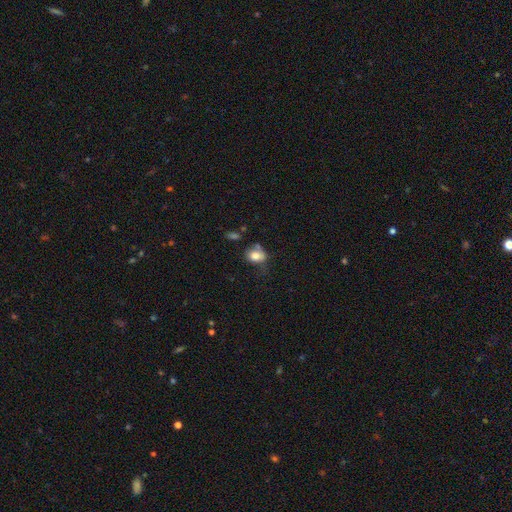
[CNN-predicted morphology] A smooth galaxy with no disk features (76%) that is in between round and cigar-shaped (56%).

Vote fractions:
- Smooth or featured? smooth: 76% / featured or disk: 15% / star or artifact: 9%
- How rounded? in between: 56% / round: 43% / cigar-shaped: 1%
- Merging? none: 46% / minor disturbance: 29% / major disturbance: 13% / merger: 12%